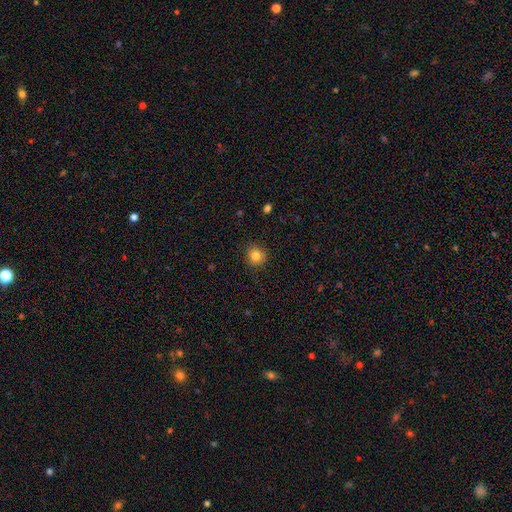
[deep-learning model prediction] Overall: smooth (83%). How rounded: round (90%). Merging: none (89%).